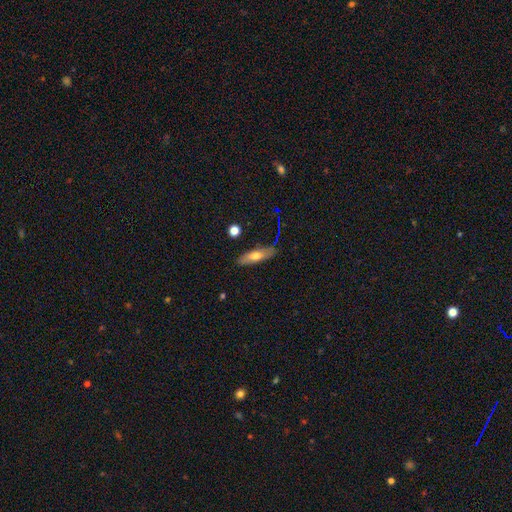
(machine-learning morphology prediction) A smooth galaxy with no disk features (59%) that is cigar-shaped (56%).

Vote fractions:
- Smooth or featured? smooth: 59% / featured or disk: 34% / star or artifact: 8%
- How rounded? cigar-shaped: 56% / in between: 41% / round: 3%
- Merging? none: 82% / minor disturbance: 13% / major disturbance: 3% / merger: 2%